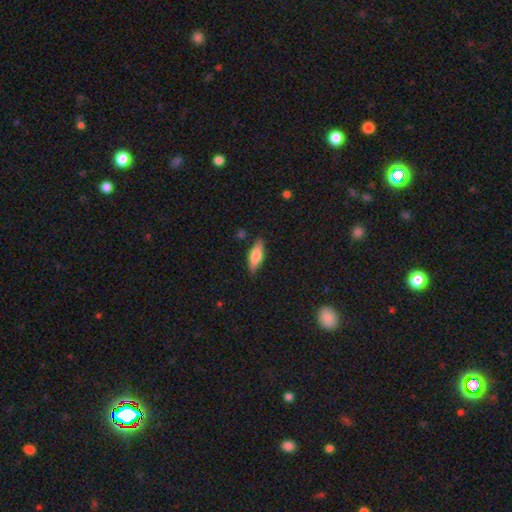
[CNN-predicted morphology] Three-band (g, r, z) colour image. It shows a smooth galaxy with no disk features (60%) that is in between round and cigar-shaped (53%). Merging: none (83%).